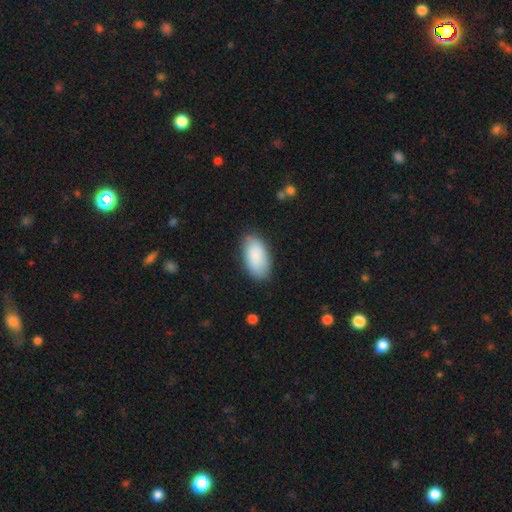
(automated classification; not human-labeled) A smooth galaxy with no disk features (88%) that is in between round and cigar-shaped (95%). Merging: none (83%).